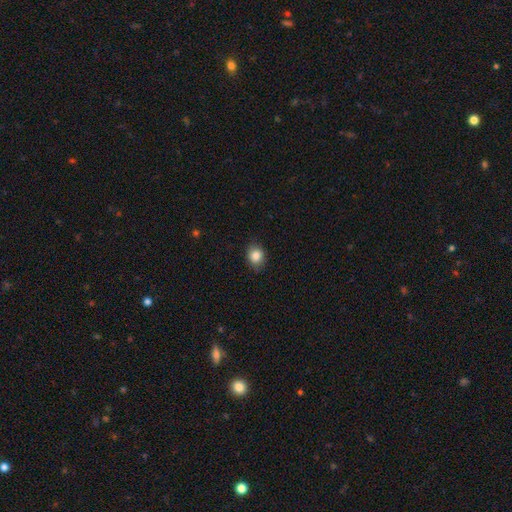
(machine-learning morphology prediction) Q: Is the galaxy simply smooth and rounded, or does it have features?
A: smooth — 85%.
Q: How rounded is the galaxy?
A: round — 55%.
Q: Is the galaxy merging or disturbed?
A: none — 81%.